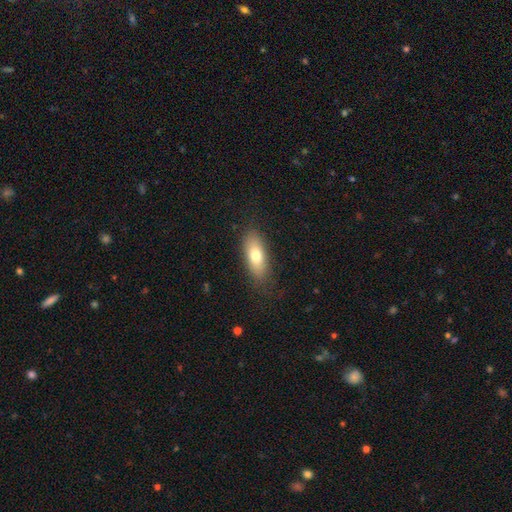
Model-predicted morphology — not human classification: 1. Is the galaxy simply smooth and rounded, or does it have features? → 75% smooth, 18% featured or disk, 7% star or artifact.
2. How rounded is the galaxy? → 77% in between, 20% cigar-shaped, 3% round.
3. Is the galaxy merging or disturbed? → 83% none, 12% minor disturbance, 4% major disturbance, 1% merger.